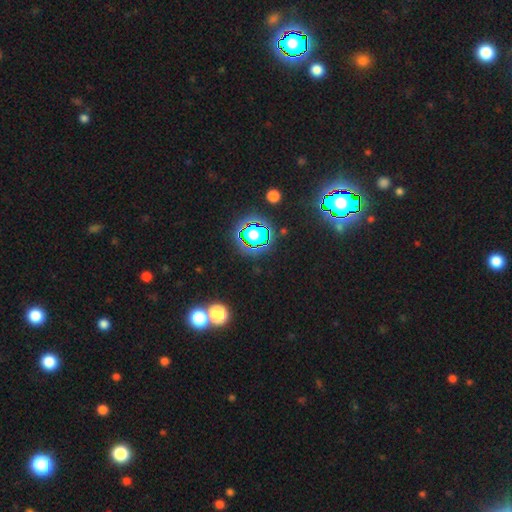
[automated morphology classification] Smooth or featured?
  - star or artifact: 80% *
  - smooth: 13%
  - featured or disk: 7%